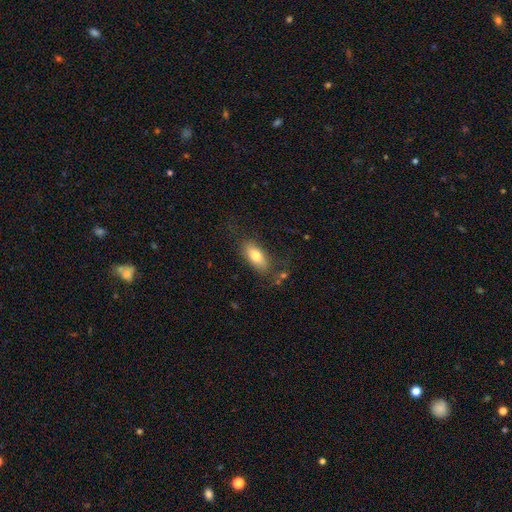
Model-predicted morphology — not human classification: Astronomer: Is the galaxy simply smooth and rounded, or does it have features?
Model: smooth — 76%.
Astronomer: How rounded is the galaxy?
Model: in between — 85%.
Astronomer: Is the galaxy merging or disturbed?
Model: none — 75%.